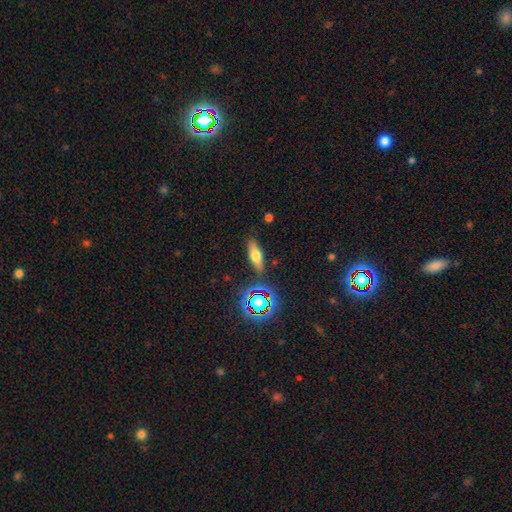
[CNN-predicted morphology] A smooth galaxy with no disk features (54%) that is in between round and cigar-shaped (52%). Merging: none (82%).